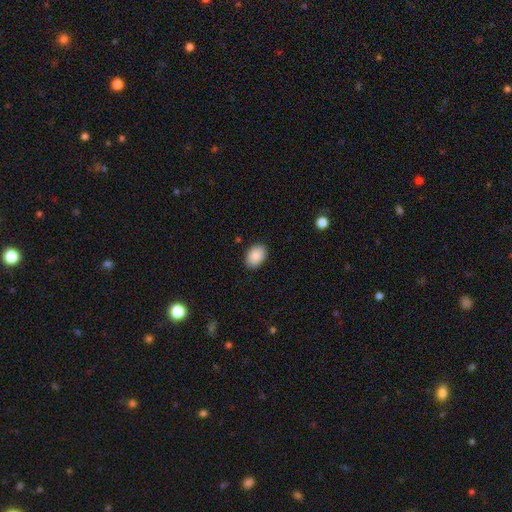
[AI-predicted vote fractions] smooth-or-featured: smooth: 89% | star or artifact: 7% | featured or disk: 4%
  how-rounded: in between: 81% | round: 18% | cigar-shaped: 1%
  merging: none: 88% | minor disturbance: 9% | major disturbance: 2% | merger: 1%